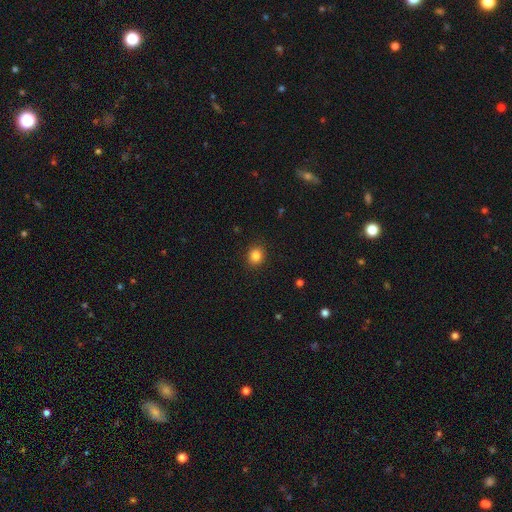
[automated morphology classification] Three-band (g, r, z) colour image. It shows a smooth galaxy with no disk features (85%) that is round (76%). Merging: none (90%).